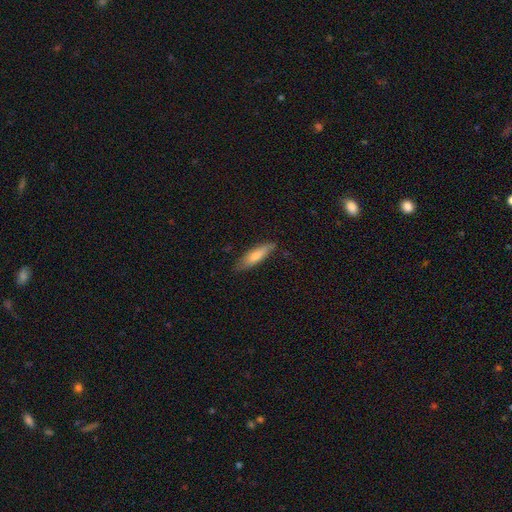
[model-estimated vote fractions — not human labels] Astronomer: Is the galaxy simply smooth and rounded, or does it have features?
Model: smooth — 67%.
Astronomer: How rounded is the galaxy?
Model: cigar-shaped — 73%.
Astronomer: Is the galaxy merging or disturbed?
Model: none — 80%.